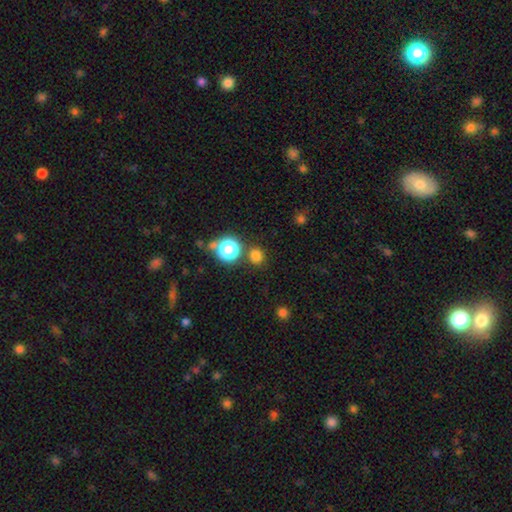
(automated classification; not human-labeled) A smooth galaxy with no disk features (75%) that is round (88%).

Vote fractions:
- Smooth or featured? smooth: 75% / star or artifact: 20% / featured or disk: 5%
- How rounded? round: 88% / in between: 11% / cigar-shaped: 1%
- Merging? none: 83% / minor disturbance: 7% / merger: 7% / major disturbance: 3%